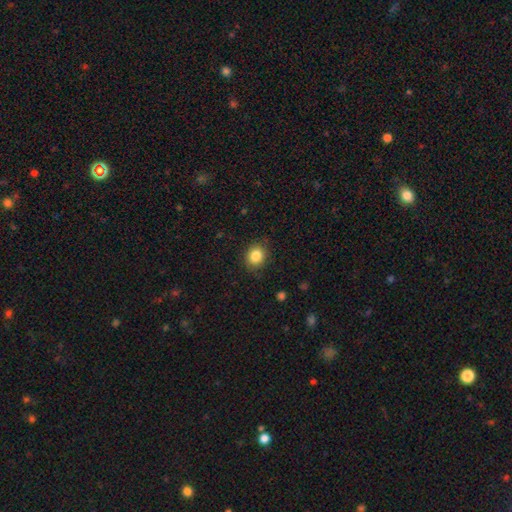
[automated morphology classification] Smooth or featured?
  - smooth: 85% *
  - star or artifact: 10%
  - featured or disk: 5%
How rounded?
  - round: 73% *
  - in between: 26%
  - cigar-shaped: 1%
Merging?
  - none: 87% *
  - minor disturbance: 10%
  - major disturbance: 3%
  - merger: 1%